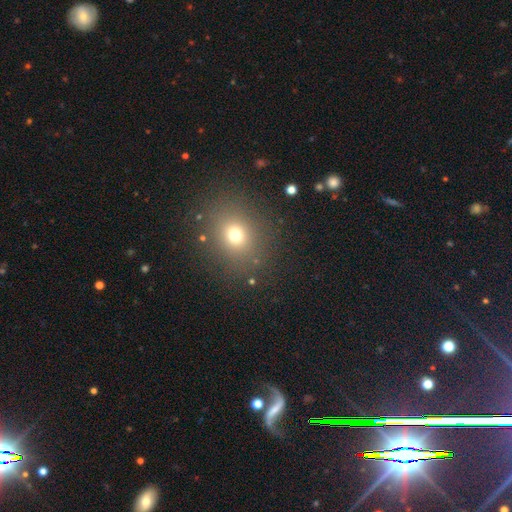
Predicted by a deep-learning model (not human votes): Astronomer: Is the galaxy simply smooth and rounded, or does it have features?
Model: smooth — 51% (runner-up: star or artifact, 38%).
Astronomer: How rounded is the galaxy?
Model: round — 70%.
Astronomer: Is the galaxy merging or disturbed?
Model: none — 88%.